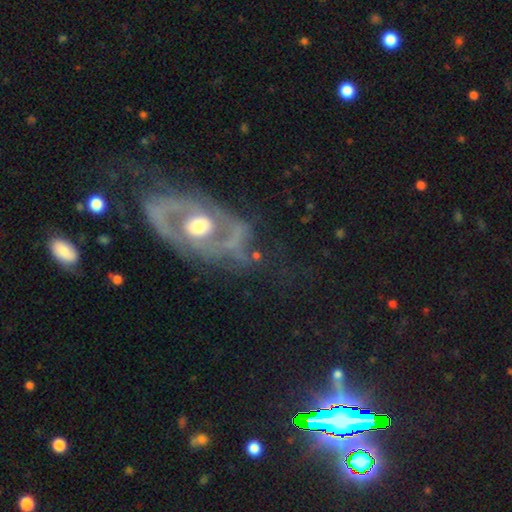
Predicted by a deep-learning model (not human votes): Overall: featured or disk (80%). Edge-on disk: no (94%). Bar: no (65%). Spiral arms: yes (76%). Spiral arm count: 2 (75%). Spiral winding: medium (44%; tight 31%). Bulge size: moderate (69%). Merging: none (61%).